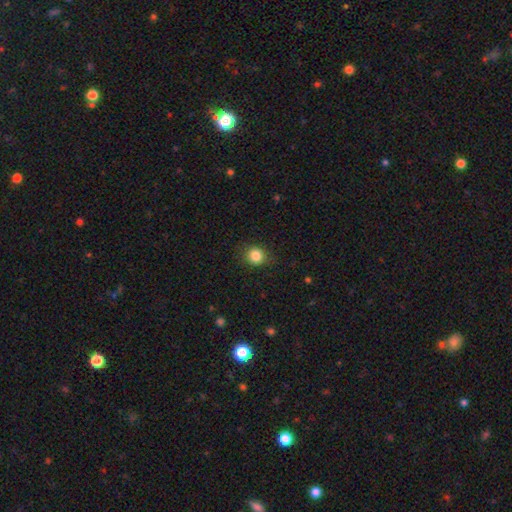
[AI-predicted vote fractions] Smooth or featured? smooth (85%)
How rounded? round (77%)
Merging? none (82%)